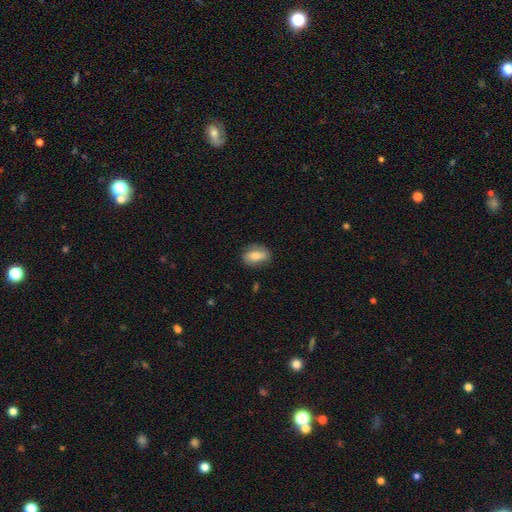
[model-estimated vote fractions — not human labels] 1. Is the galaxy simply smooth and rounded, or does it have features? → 70% smooth, 23% featured or disk, 7% star or artifact.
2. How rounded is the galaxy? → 84% in between, 12% round, 5% cigar-shaped.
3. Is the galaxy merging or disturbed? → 80% none, 15% minor disturbance, 4% major disturbance, 1% merger.